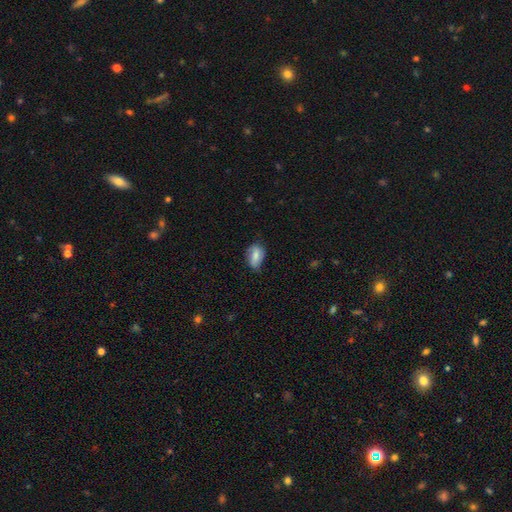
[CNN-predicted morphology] This is likely a smooth galaxy (71%). How rounded: clearly in between (87%). Merging: likely none (62%).